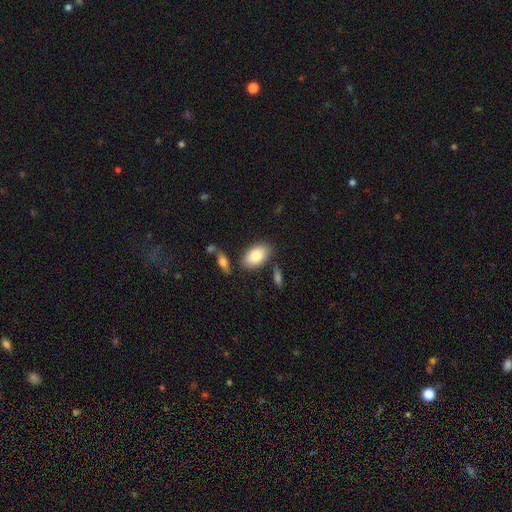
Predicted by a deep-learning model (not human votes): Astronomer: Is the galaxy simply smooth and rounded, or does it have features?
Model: smooth — 81%.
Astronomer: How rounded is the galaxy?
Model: in between — 94%.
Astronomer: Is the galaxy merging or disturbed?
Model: none — 80%.